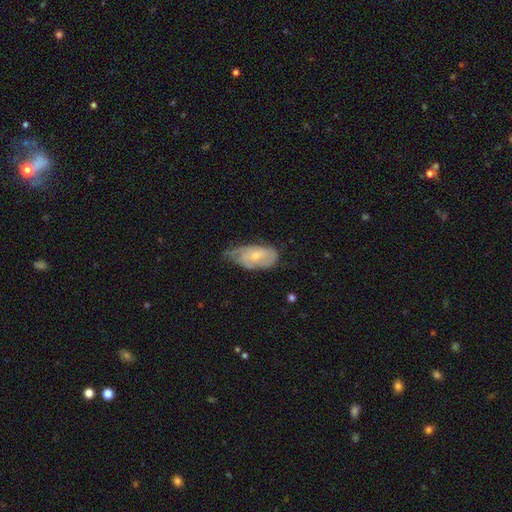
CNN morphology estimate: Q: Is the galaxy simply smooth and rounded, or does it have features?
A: featured or disk — 52%.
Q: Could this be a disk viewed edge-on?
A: no — 93%.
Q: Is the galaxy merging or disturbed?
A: minor disturbance — 43%.